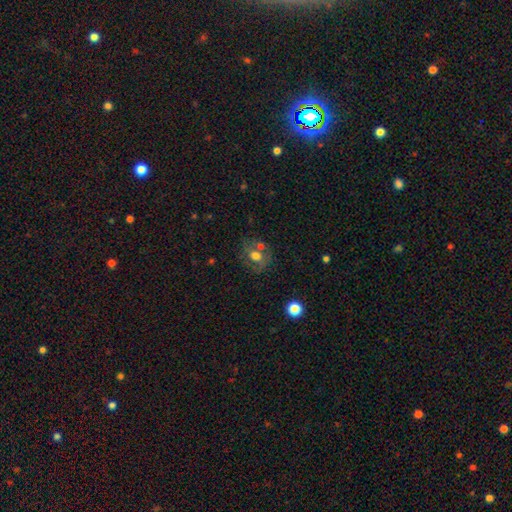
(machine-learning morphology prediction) Q: Smooth or featured?
A: smooth (54%); runner-up: featured or disk (34%)
Q: How rounded?
A: round (66%); runner-up: in between (33%)
Q: Merging?
A: none (56%); runner-up: merger (17%)